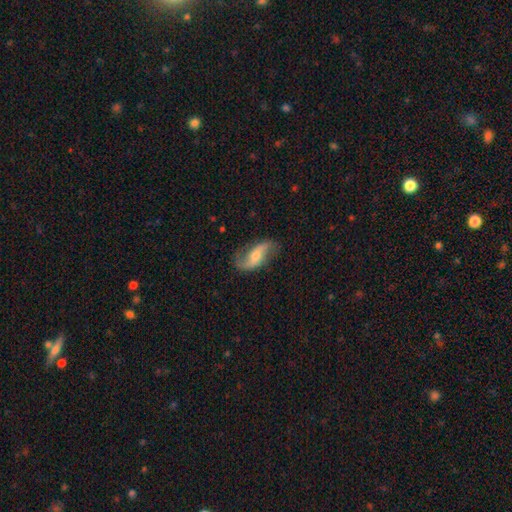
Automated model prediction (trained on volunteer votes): Morphology: type=featured or disk (76%); edge-on=no (95%); bar=no (42%); spiral arms=yes (93%); winding=loose (79%); arm count=2 (91%); bulge=moderate (45%); merging=none (74%).